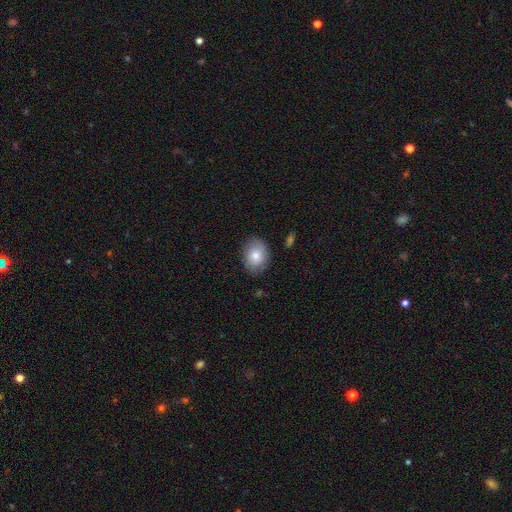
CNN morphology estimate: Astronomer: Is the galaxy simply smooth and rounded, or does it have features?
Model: smooth — 79%.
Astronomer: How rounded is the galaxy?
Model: in between — 59% (runner-up: round, 40%).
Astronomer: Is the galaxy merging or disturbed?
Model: none — 83%.